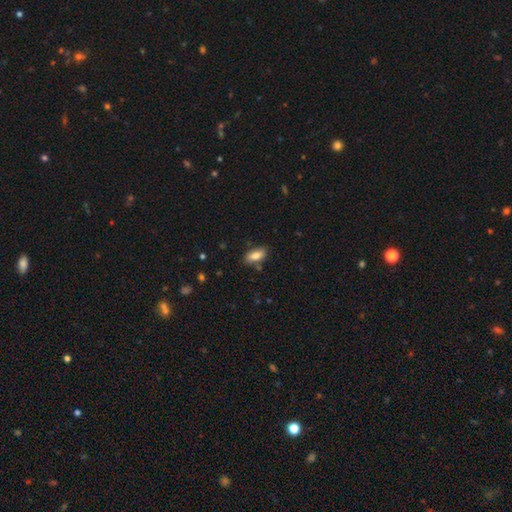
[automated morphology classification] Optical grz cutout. It shows a smooth galaxy with no disk features (79%) that is in between round and cigar-shaped (87%). Merging: none (80%).